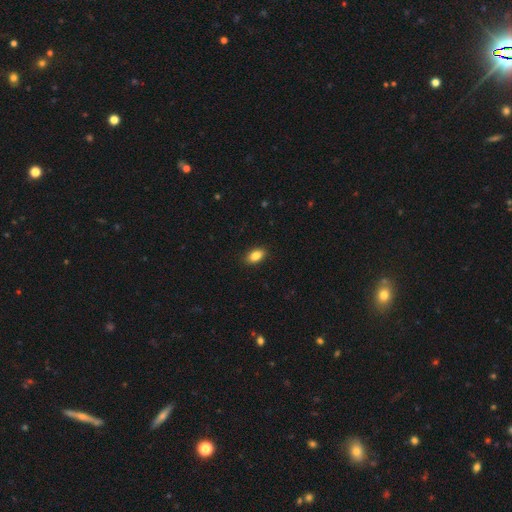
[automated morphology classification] A smooth galaxy with no disk features (86%) that is in between round and cigar-shaped (90%). Merging: none (89%).